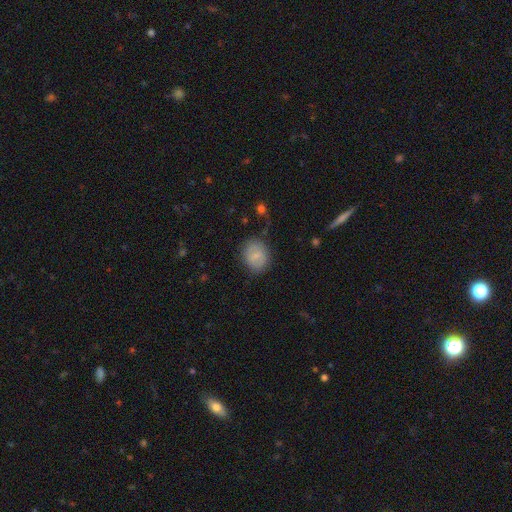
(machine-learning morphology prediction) smooth 72%, featured or disk 20%, star or artifact 8%. Down the decision tree: how rounded — round (61%); merging — none (77%).